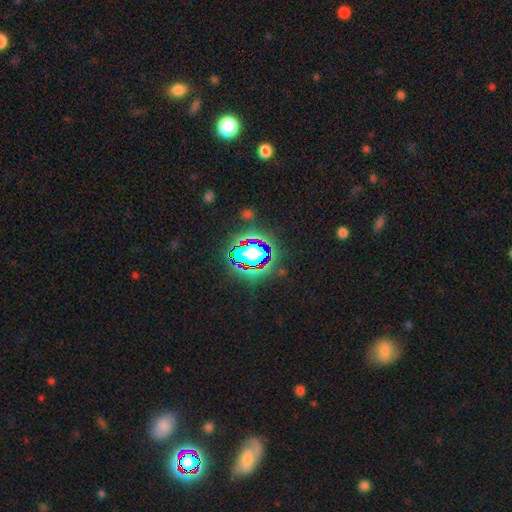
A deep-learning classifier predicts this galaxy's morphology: Smooth or featured? Predicted: star or artifact (p=0.65).